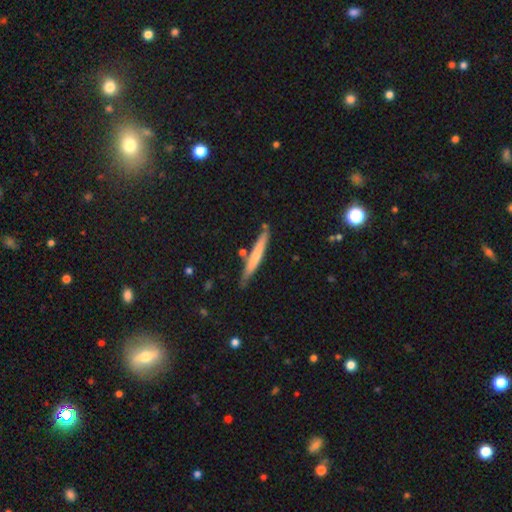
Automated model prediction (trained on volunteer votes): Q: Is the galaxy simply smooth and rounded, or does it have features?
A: smooth — 57%.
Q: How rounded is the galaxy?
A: cigar-shaped — 95%.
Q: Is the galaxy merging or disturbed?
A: none — 81%.